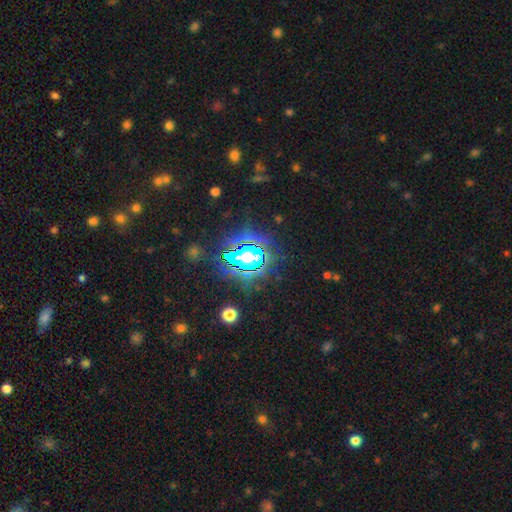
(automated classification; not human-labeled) star or artifact 78%, smooth 14%, featured or disk 8%.